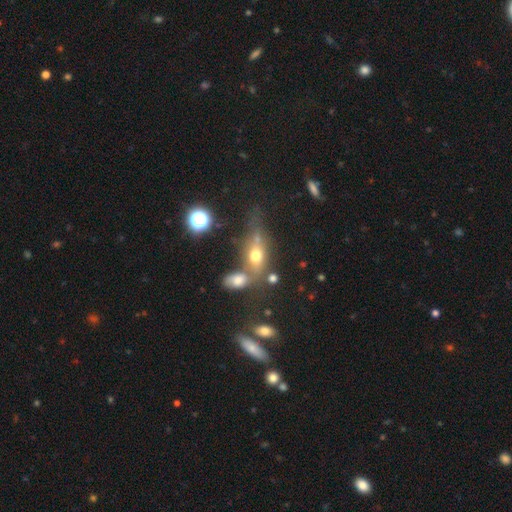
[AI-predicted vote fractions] Morphology: type=smooth (57%); roundness=in between (67%); merging=none (39%).